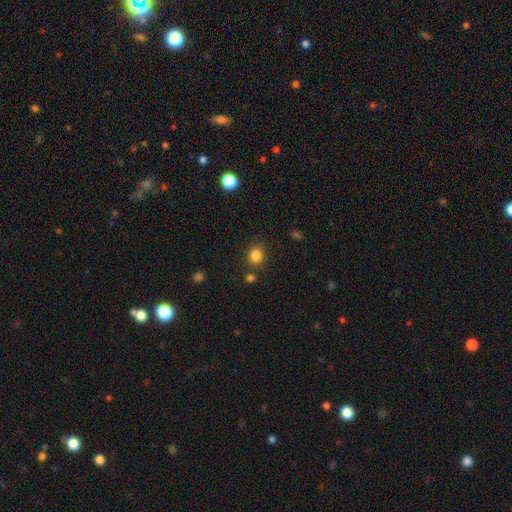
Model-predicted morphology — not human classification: smooth_or_featured: smooth (p=0.84) [alt: star or artifact p=0.11]
how_rounded: round (p=0.79) [alt: in between p=0.20]
merging: none (p=0.80) [alt: minor disturbance p=0.11]